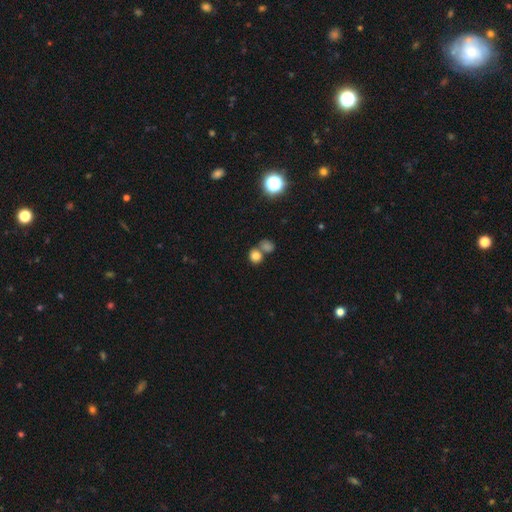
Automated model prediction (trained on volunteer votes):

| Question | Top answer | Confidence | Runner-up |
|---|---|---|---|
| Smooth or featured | smooth | 80% | star or artifact (13%) |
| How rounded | round | 76% | in between (23%) |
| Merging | none | 46% | merger (41%) |